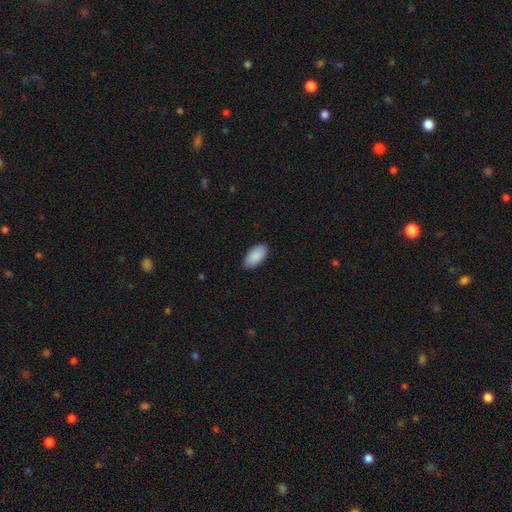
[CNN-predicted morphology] smooth 90%, star or artifact 6%, featured or disk 4%. Down the decision tree: how rounded — in between (95%); merging — none (85%).